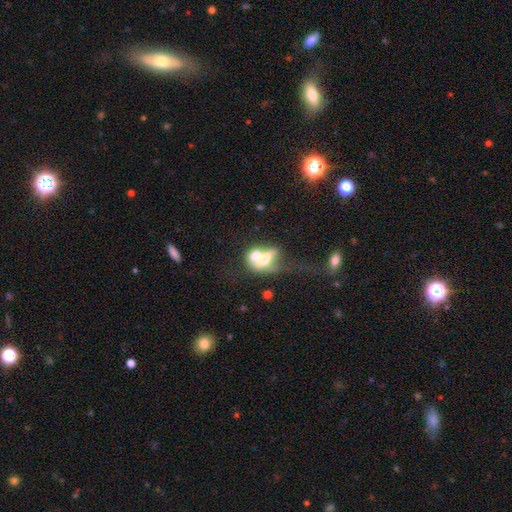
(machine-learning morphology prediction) smooth-or-featured: smooth: 52% | featured or disk: 38% | star or artifact: 10%
  how-rounded: in between: 64% | round: 28% | cigar-shaped: 8%
  merging: merger: 69% | none: 13% | major disturbance: 11% | minor disturbance: 7%